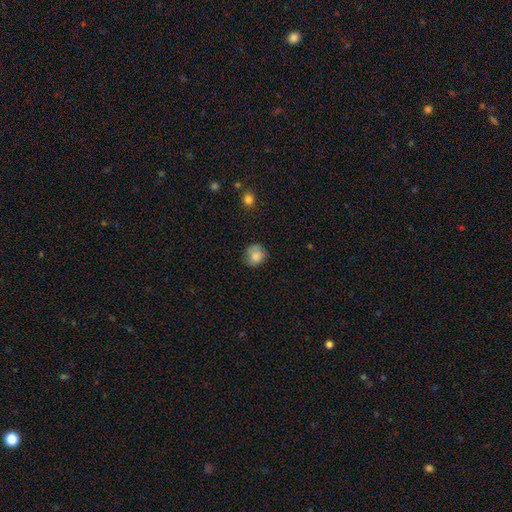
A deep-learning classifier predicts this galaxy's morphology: The model was most divided on "merging": none: 70%, minor disturbance: 22%, major disturbance: 5%, merger: 2%. More confident: smooth or featured — smooth (82%); how rounded — round (79%).